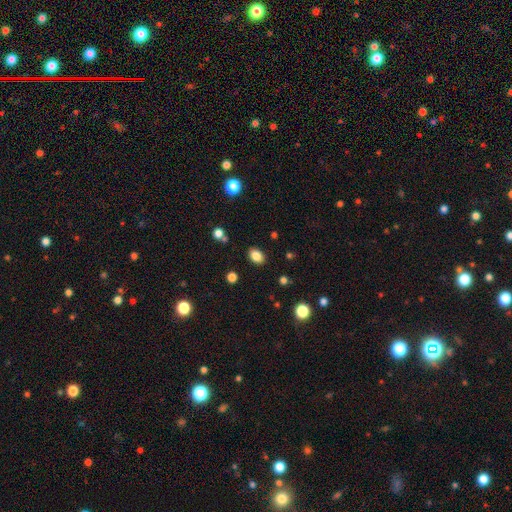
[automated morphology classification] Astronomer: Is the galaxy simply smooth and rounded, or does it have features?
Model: smooth — 84%.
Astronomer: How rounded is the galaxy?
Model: in between — 77%.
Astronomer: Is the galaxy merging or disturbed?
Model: none — 86%.